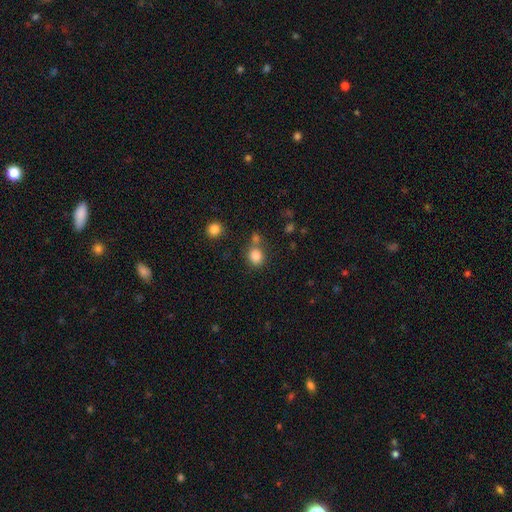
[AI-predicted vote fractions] Smooth or featured: smooth — 83% (star or artifact — 11%)
How rounded: round — 74% (in between — 25%)
Merging: none — 65% (merger — 20%)